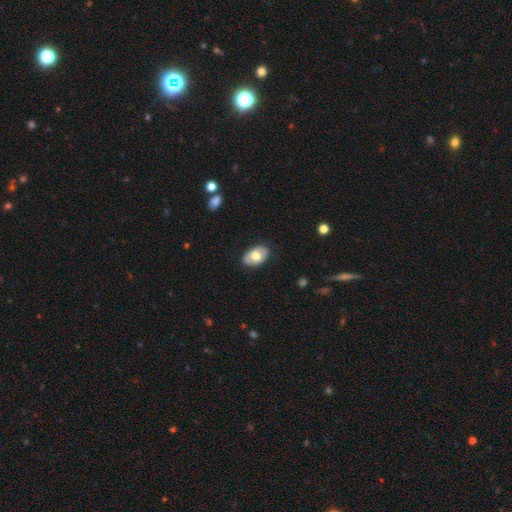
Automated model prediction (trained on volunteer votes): Overall: smooth (63%; featured or disk 31%). How rounded: in between (88%). Merging: none (84%).